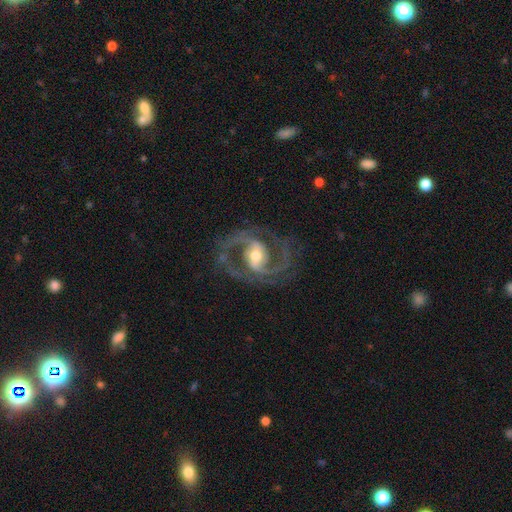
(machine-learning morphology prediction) Smooth or featured? featured or disk (92%)
Edge-on disk? no (97%)
Bar? weak (41%)
Spiral arms? yes (97%)
Spiral winding? medium (63%)
Spiral arm count? 2 (83%)
Bulge size? moderate (67%)
Merging? none (76%)